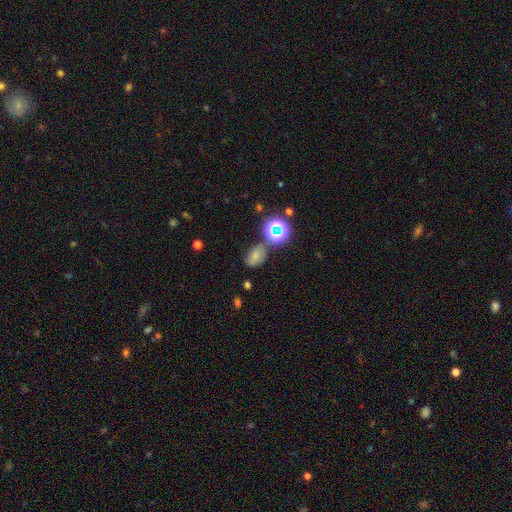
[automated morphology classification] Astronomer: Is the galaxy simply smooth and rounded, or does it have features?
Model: smooth — 57%.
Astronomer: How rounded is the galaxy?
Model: in between — 74%.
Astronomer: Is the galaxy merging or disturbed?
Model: none — 60%.